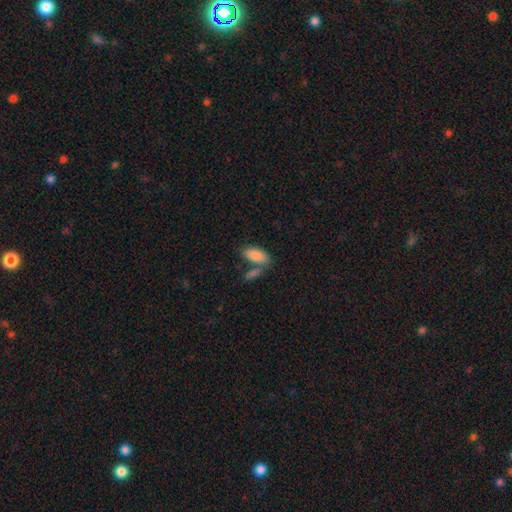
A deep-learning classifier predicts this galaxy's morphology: Overall: smooth (86%). How rounded: in between (90%). Merging: none (53%; merger 29%).